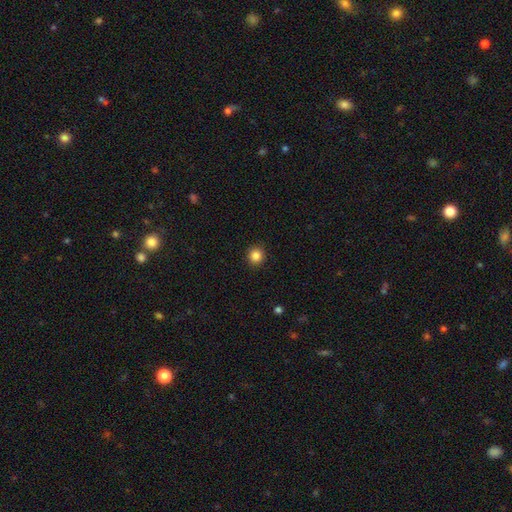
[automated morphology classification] Smooth or featured? Predicted: smooth (p=0.85). How rounded? Predicted: round (p=0.93). Merging? Predicted: none (p=0.92).